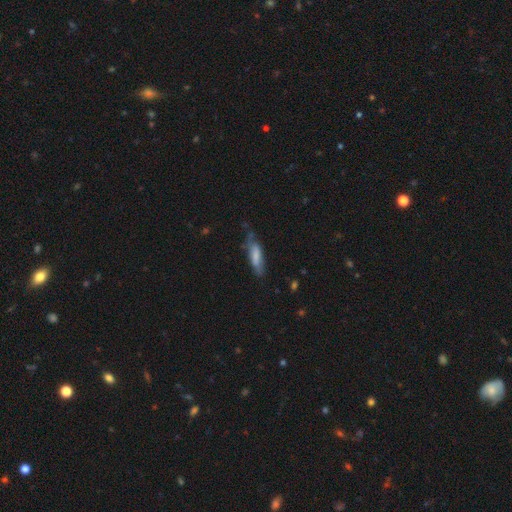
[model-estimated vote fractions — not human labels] This is likely a smooth galaxy (67%). How rounded: possibly cigar-shaped (58%). Merging: possibly none (57%).